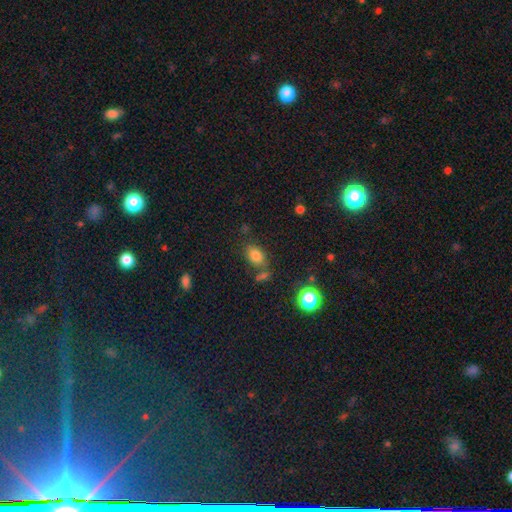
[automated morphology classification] smooth-or-featured: smooth: 79% | star or artifact: 13% | featured or disk: 8%
  how-rounded: in between: 82% | round: 16% | cigar-shaped: 2%
  merging: none: 65% | merger: 16% | minor disturbance: 14% | major disturbance: 5%